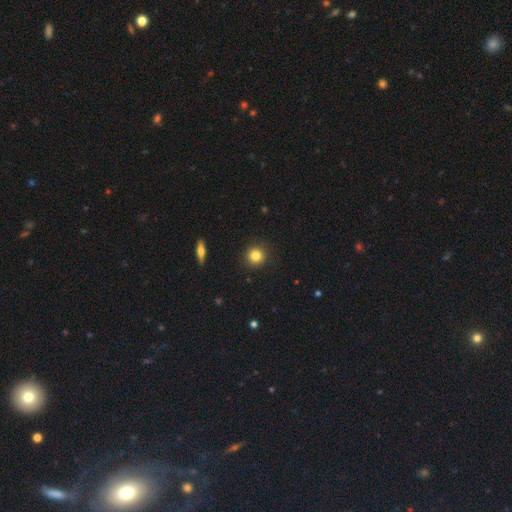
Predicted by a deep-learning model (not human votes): smooth 82%, star or artifact 11%, featured or disk 6%. Down the decision tree: how rounded — round (93%); merging — none (92%).